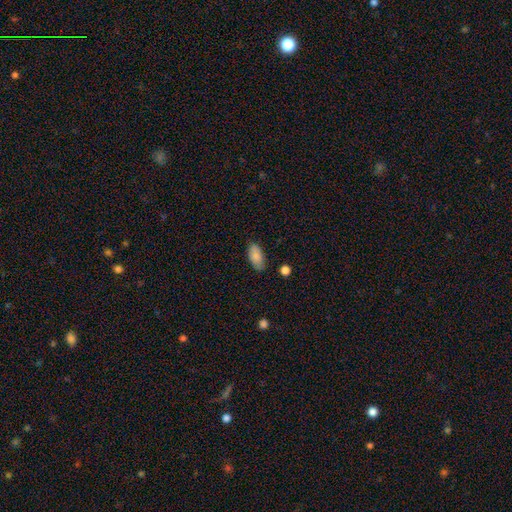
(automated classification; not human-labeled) Overall: smooth (86%). How rounded: in between (92%). Merging: none (81%).